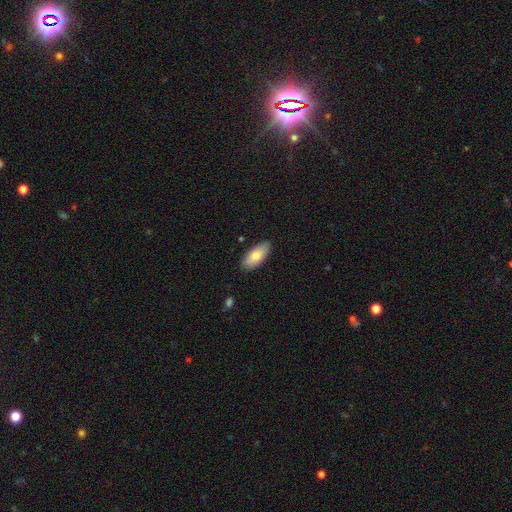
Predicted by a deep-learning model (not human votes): Smooth or featured: smooth — 81% (featured or disk — 13%)
How rounded: in between — 88% (cigar-shaped — 10%)
Merging: none — 87% (minor disturbance — 10%)